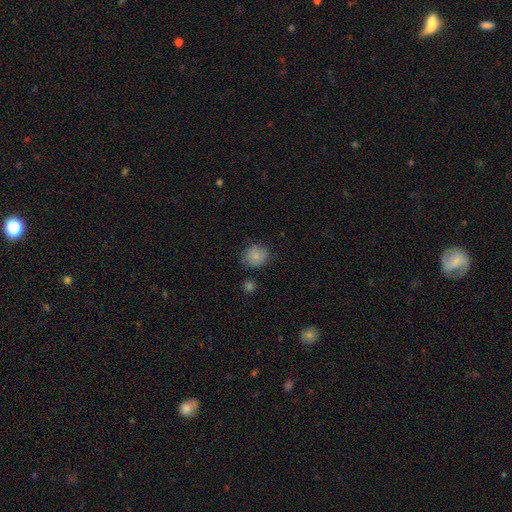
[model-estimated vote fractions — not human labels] Overall: smooth (83%). How rounded: round (79%). Merging: none (75%).